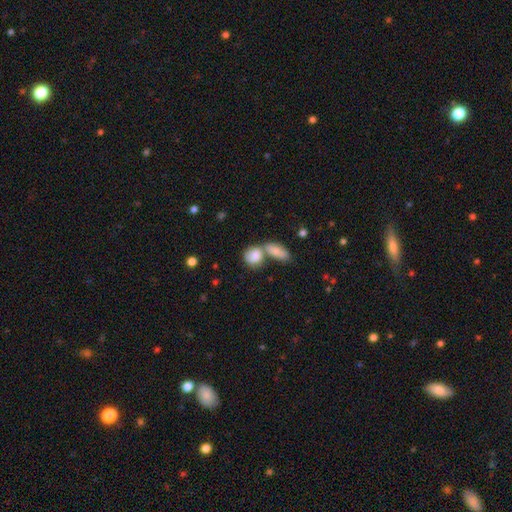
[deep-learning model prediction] smooth-or-featured: smooth: 77% | featured or disk: 15% | star or artifact: 7%
  how-rounded: round: 48% (tied) | in between: 48% (tied) | cigar-shaped: 4%
  merging: merger: 53% | none: 33% | minor disturbance: 10% | major disturbance: 5%